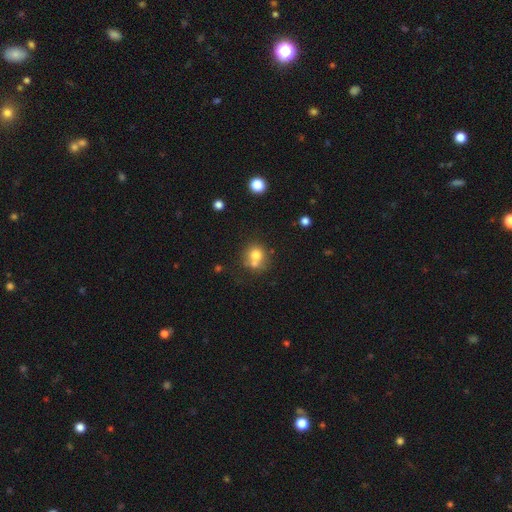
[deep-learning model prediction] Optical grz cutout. It shows a smooth galaxy with no disk features (72%) that is round (83%). Merging: none (45%).